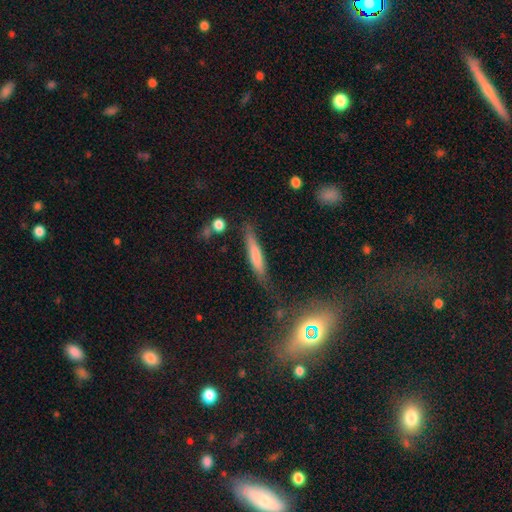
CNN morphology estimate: Smooth or featured?
  - smooth: 66% *
  - featured or disk: 26%
  - star or artifact: 7%
How rounded?
  - cigar-shaped: 89% *
  - in between: 9%
  - round: 2%
Merging?
  - none: 68% *
  - minor disturbance: 21%
  - major disturbance: 6%
  - merger: 5%